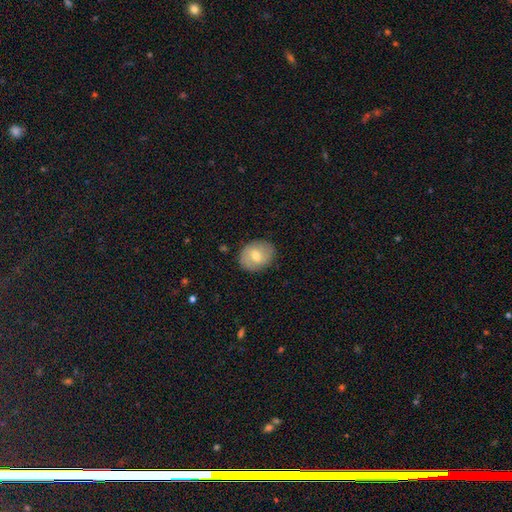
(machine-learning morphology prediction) Q: Smooth or featured?
A: smooth (61%); runner-up: featured or disk (31%)
Q: How rounded?
A: round (56%); runner-up: in between (43%)
Q: Merging?
A: none (84%); runner-up: minor disturbance (12%)